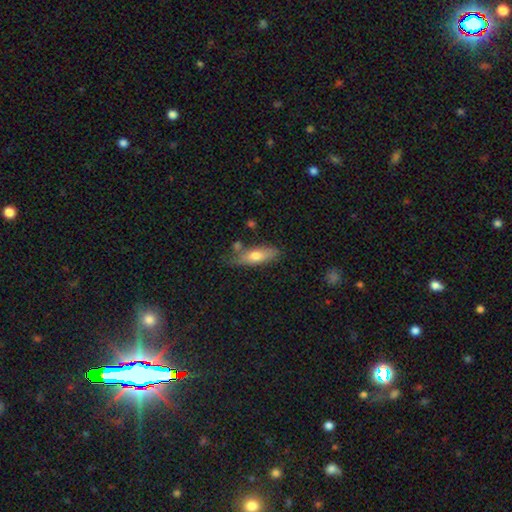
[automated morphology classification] Overall: smooth (66%; featured or disk 27%). How rounded: in between (58%; cigar-shaped 39%). Merging: none (63%).